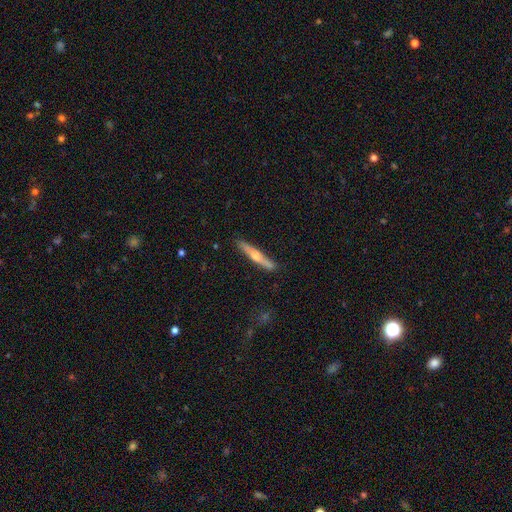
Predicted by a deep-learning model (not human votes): Smooth or featured?
  - featured or disk: 61% *
  - smooth: 33%
  - star or artifact: 5%
Edge-on disk?
  - yes: 96% *
  - no: 4%
Edge-on bulge?
  - rounded: 90% *
  - none: 7%
  - boxy: 3%
Merging?
  - none: 88% *
  - minor disturbance: 9%
  - major disturbance: 2%
  - merger: 1%